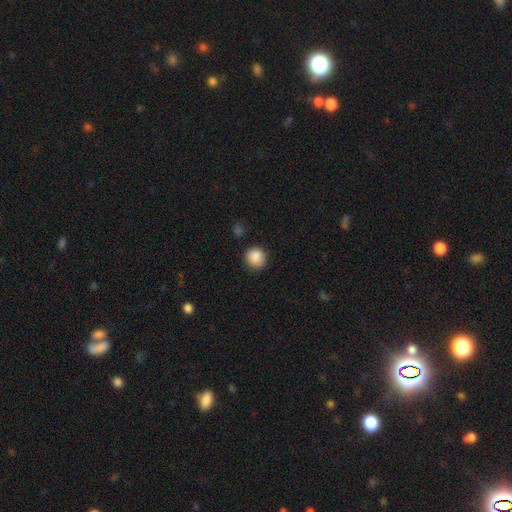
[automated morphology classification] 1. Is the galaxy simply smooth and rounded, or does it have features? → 88% smooth, 9% star or artifact, 3% featured or disk.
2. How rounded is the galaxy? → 91% round, 8% in between, 1% cigar-shaped.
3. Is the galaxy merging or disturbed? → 87% none, 9% minor disturbance, 2% major disturbance, 2% merger.